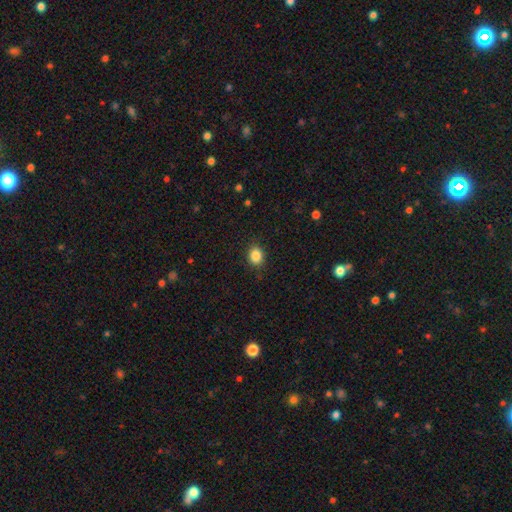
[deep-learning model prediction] This is clearly a smooth galaxy (86%). How rounded: possibly round (58%). Merging: clearly none (88%).